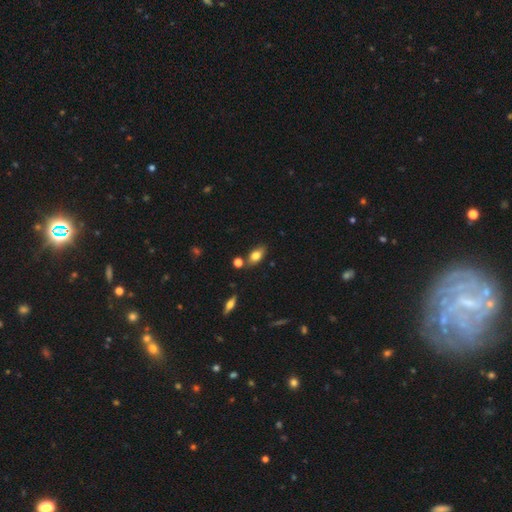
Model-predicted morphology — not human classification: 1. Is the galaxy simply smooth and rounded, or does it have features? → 77% smooth, 15% featured or disk, 9% star or artifact.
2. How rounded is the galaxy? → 84% in between, 9% round, 7% cigar-shaped.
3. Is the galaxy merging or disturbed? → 74% none, 14% minor disturbance, 9% merger, 3% major disturbance.